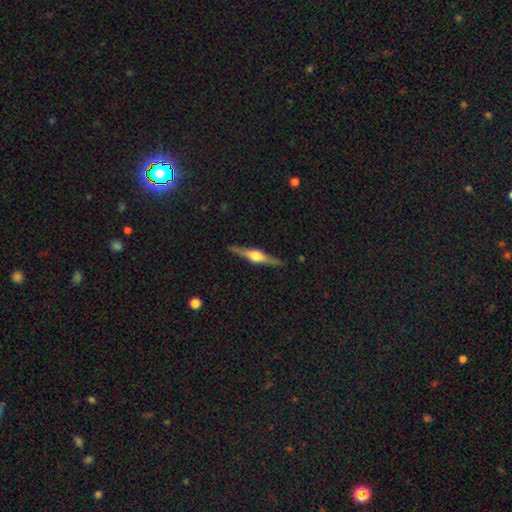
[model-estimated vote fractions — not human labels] smooth-or-featured: featured or disk: 82% | smooth: 13% | star or artifact: 5%
  disk-edge-on: yes: 98% | no: 2%
    edge-on-bulge: rounded: 93% | boxy: 5% | none: 2%
  merging: none: 90% | minor disturbance: 7% | major disturbance: 1% | merger: 1%